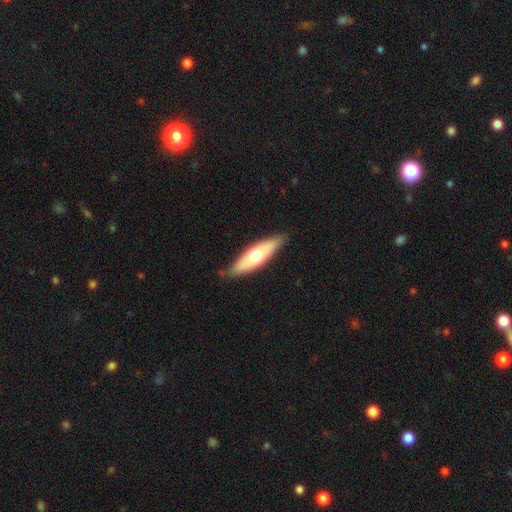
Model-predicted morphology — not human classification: Overall: smooth (56%; featured or disk 39%). How rounded: cigar-shaped (57%; in between 41%). Merging: none (79%).